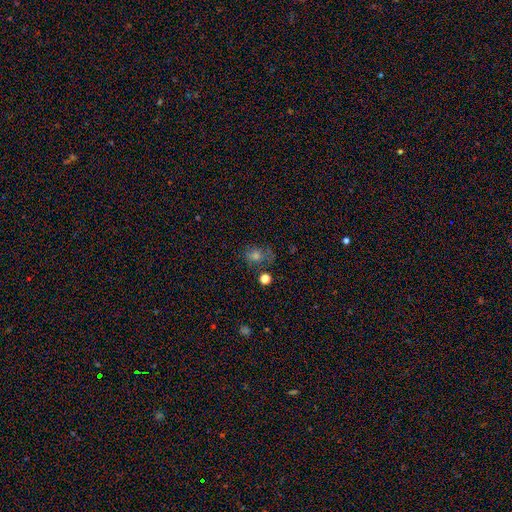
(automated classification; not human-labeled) smooth_or_featured: smooth (p=0.54) [alt: star or artifact p=0.27]
how_rounded: round (p=0.57) [alt: in between p=0.42]
merging: none (p=0.59) [alt: minor disturbance p=0.22]